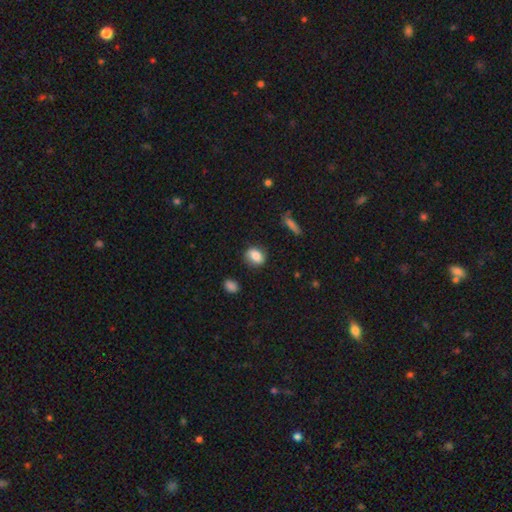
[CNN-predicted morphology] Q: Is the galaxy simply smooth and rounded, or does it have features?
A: smooth — 81%.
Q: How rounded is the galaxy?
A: in between — 58%.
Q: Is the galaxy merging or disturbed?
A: none — 78%.